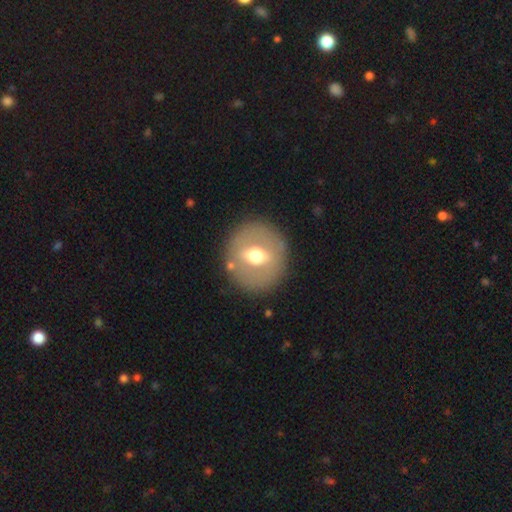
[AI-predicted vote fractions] Overall: featured or disk (49%; smooth 43%). Merging: none (86%).